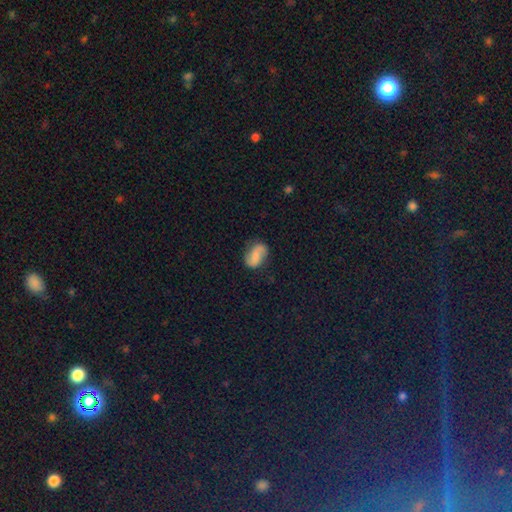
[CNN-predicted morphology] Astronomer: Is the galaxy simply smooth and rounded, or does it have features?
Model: featured or disk — 56% (runner-up: smooth, 35%).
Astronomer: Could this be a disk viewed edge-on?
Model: no — 97%.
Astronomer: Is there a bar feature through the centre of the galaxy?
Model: no — 48% (runner-up: weak, 39%).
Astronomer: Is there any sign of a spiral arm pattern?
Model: yes — 92%.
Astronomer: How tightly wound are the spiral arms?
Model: loose — 51% (runner-up: medium, 34%).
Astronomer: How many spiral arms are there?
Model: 2 — 90%.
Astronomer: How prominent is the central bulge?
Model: small — 36% (runner-up: none, 29%).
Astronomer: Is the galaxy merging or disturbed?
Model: none — 77%.